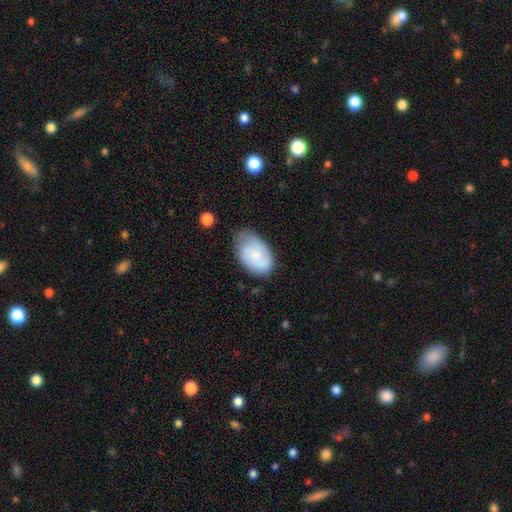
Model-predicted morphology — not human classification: Smooth or featured? Predicted: smooth (p=0.69). How rounded? Predicted: in between (p=0.91). Merging? Predicted: none (p=0.56).